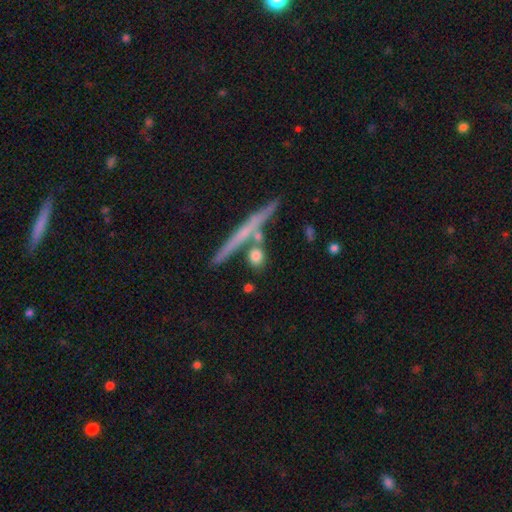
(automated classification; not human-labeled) smooth-or-featured: smooth: 70% | featured or disk: 21% | star or artifact: 9%
  how-rounded: round: 60% | cigar-shaped: 23% | in between: 18%
  merging: none: 70% | merger: 15% | minor disturbance: 11% | major disturbance: 5%